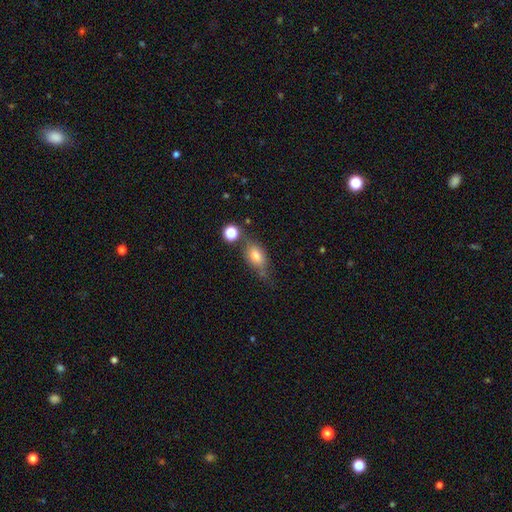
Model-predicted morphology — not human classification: Smooth or featured? smooth (70%)
How rounded? in between (76%)
Merging? none (54%)